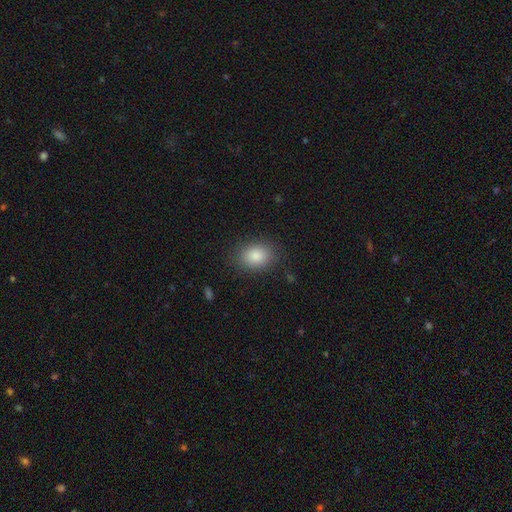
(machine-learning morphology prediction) Q: Smooth or featured?
A: smooth (87%); runner-up: star or artifact (8%)
Q: How rounded?
A: in between (67%); runner-up: round (32%)
Q: Merging?
A: none (85%); runner-up: minor disturbance (11%)